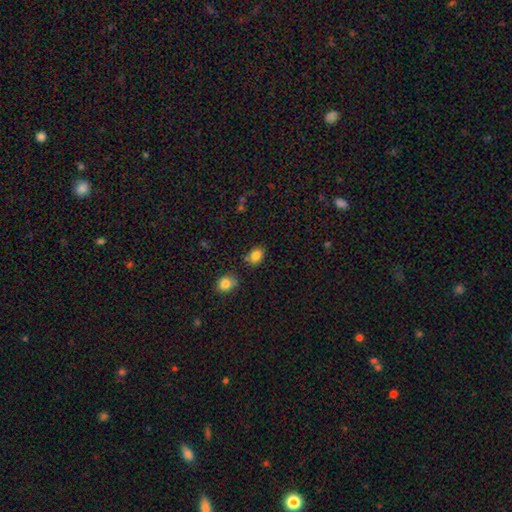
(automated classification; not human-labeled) A smooth galaxy with no disk features (84%) that is in between round and cigar-shaped (66%).

Vote fractions:
- Smooth or featured? smooth: 84% / star or artifact: 11% / featured or disk: 5%
- How rounded? in between: 66% / round: 33% / cigar-shaped: 1%
- Merging? none: 72% / minor disturbance: 16% / merger: 8% / major disturbance: 4%